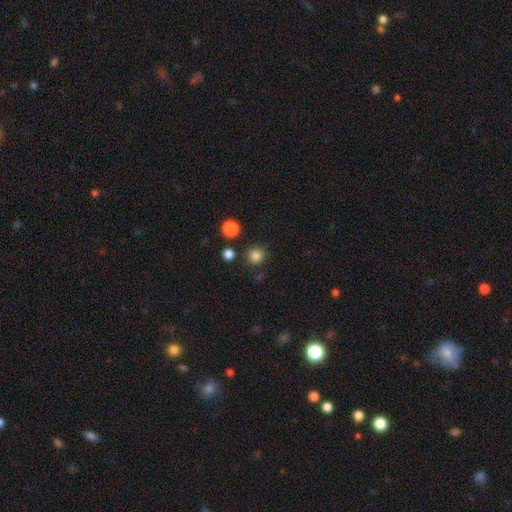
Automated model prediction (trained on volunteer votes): Smooth or featured?
  - smooth: 83% *
  - star or artifact: 13%
  - featured or disk: 4%
How rounded?
  - round: 92% *
  - in between: 7%
  - cigar-shaped: 1%
Merging?
  - none: 85% *
  - minor disturbance: 8%
  - merger: 4%
  - major disturbance: 3%